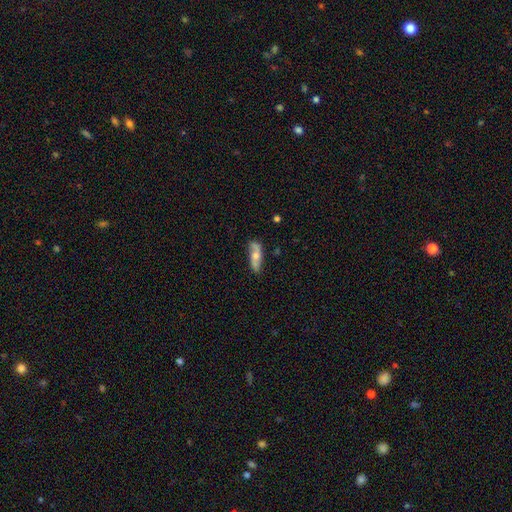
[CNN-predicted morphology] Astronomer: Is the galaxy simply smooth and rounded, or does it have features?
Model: smooth — 51% (runner-up: featured or disk, 42%).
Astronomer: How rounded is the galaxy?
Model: in between — 57% (runner-up: cigar-shaped, 39%).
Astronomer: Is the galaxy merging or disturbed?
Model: none — 71%.